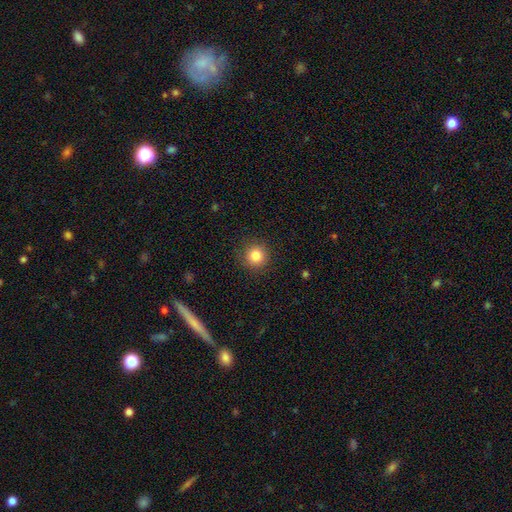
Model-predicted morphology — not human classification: A smooth galaxy with no disk features (84%) that is round (94%).

Vote fractions:
- Smooth or featured? smooth: 84% / star or artifact: 11% / featured or disk: 5%
- How rounded? round: 94% / in between: 5% / cigar-shaped: 1%
- Merging? none: 89% / minor disturbance: 7% / major disturbance: 3% / merger: 1%